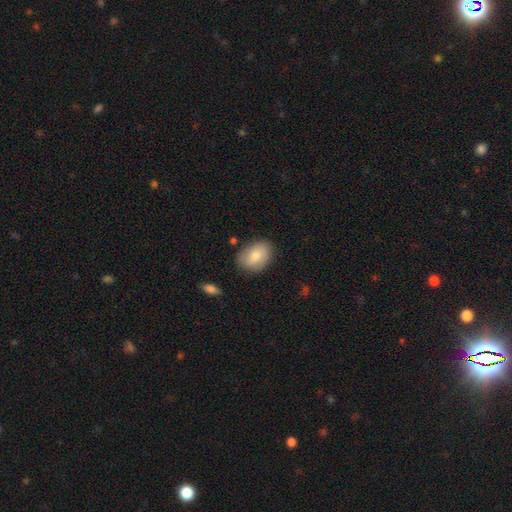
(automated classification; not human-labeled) Smooth or featured: smooth — 75% (featured or disk — 17%)
How rounded: in between — 70% (round — 29%)
Merging: none — 82% (minor disturbance — 13%)